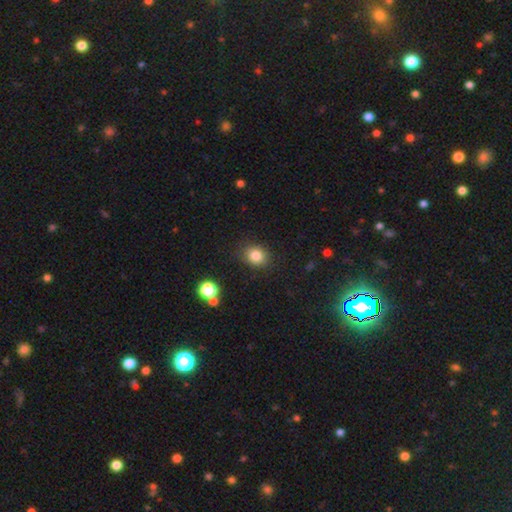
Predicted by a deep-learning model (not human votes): Overall: smooth (84%). How rounded: round (67%; in between 32%). Merging: none (85%).